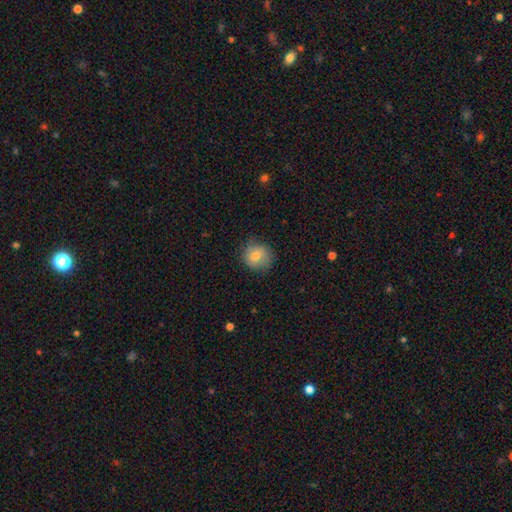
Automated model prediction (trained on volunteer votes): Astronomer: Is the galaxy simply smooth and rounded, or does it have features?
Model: smooth — 75%.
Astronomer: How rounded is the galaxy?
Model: round — 85%.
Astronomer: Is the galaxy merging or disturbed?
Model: none — 78%.